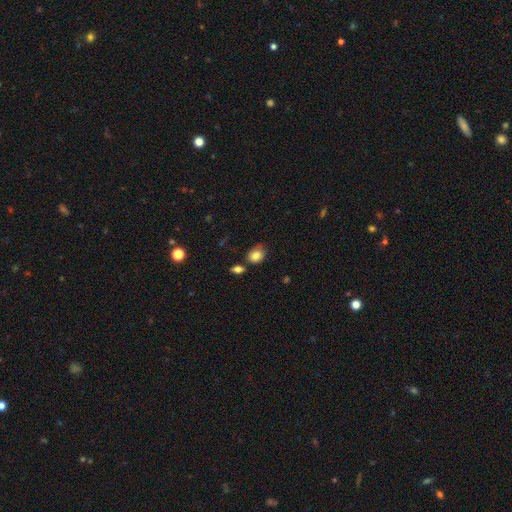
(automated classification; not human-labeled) This is clearly a smooth galaxy (83%). How rounded: possibly in between (58%). Merging: likely none (62%).